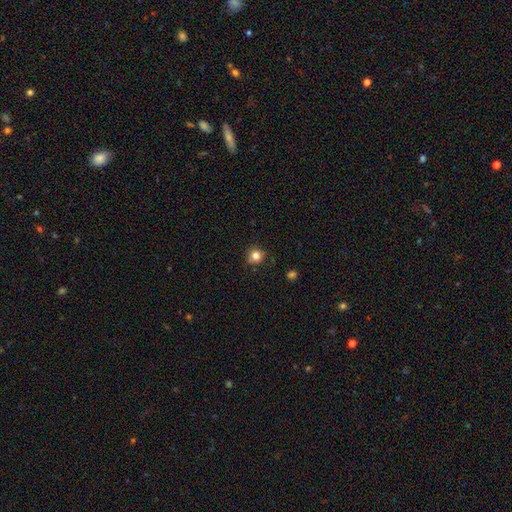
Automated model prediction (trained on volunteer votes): This appears to be a smooth galaxy with no disk features (82%) that is round (90%). Merging: none (85%).